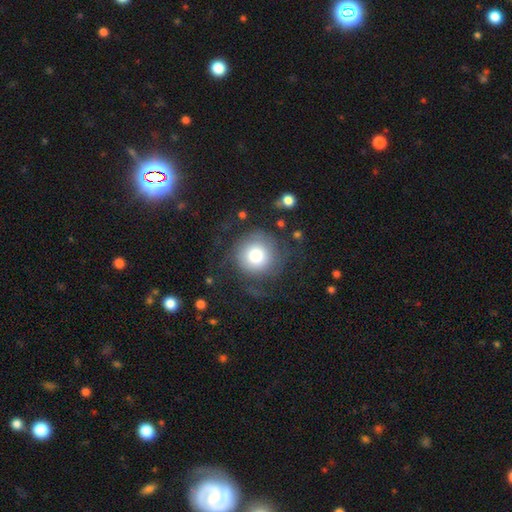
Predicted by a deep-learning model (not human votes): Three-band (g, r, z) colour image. It shows a smooth galaxy with no disk features (58%) that is round (94%). Merging: none (62%).